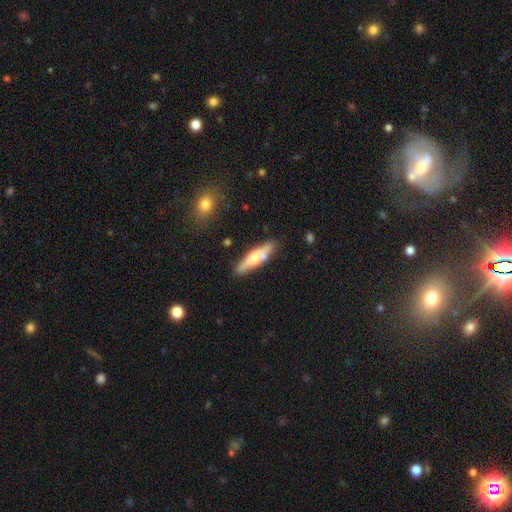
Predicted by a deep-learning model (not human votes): Smooth or featured? Predicted: featured or disk (p=0.50). Merging? Predicted: none (p=0.79).